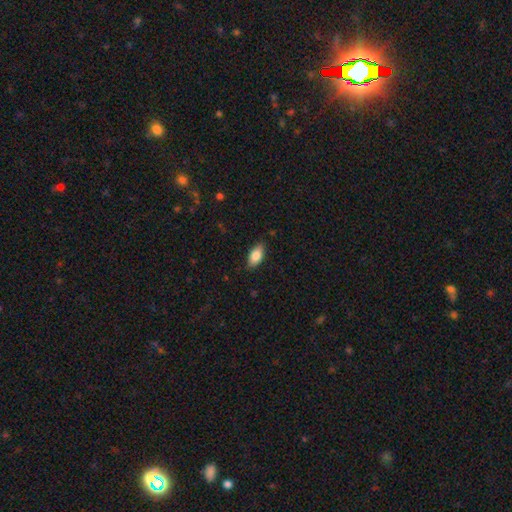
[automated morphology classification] type=smooth (82%); roundness=in between (89%); merging=none (85%).